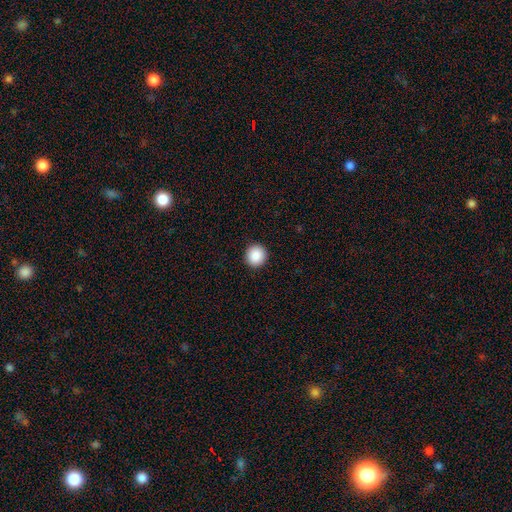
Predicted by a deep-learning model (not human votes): smooth_or_featured: smooth (p=0.89) [alt: star or artifact p=0.08]
how_rounded: round (p=0.94) [alt: in between p=0.05]
merging: none (p=0.93) [alt: minor disturbance p=0.04]